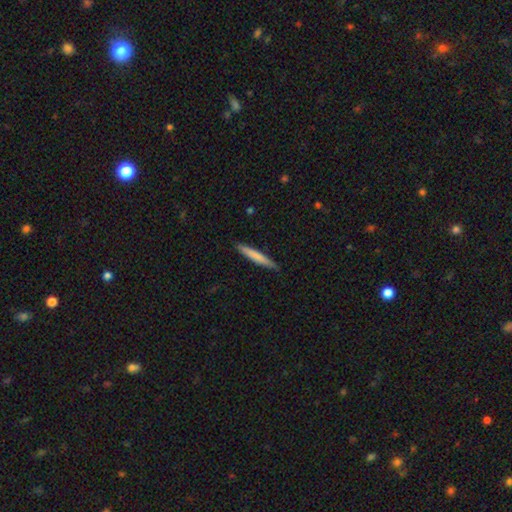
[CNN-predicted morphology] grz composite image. It shows a smooth galaxy with no disk features (72%) that is cigar-shaped (95%). Merging: none (87%).